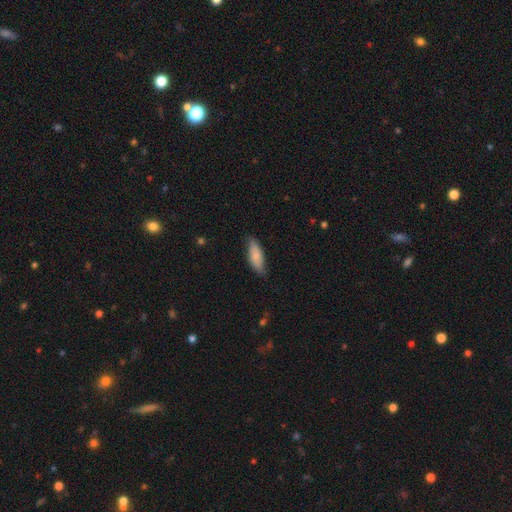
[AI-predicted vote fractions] smooth-or-featured: smooth: 81% | featured or disk: 13% | star or artifact: 6%
  how-rounded: in between: 67% | cigar-shaped: 32% | round: 2%
  merging: none: 76% | minor disturbance: 20% | major disturbance: 3% | merger: 1%